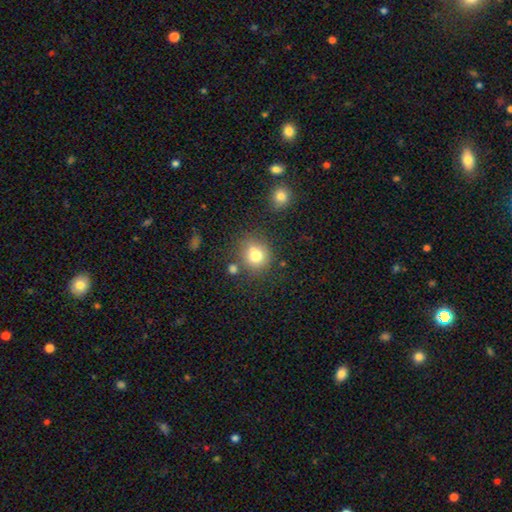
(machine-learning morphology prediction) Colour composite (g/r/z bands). It shows a smooth galaxy with no disk features (76%) that is round (85%). Merging: none (67%).